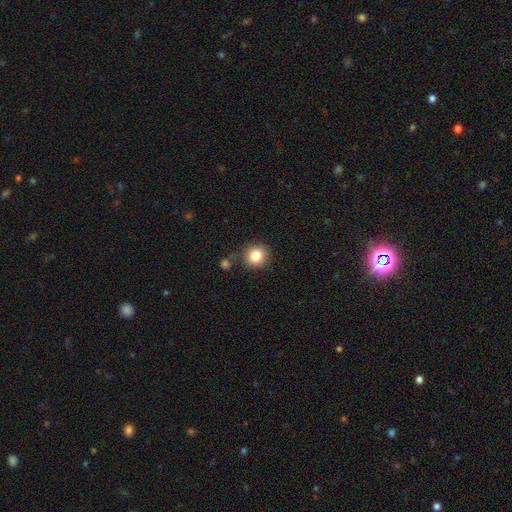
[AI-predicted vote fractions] Overall: smooth (84%). How rounded: round (89%). Merging: none (80%).